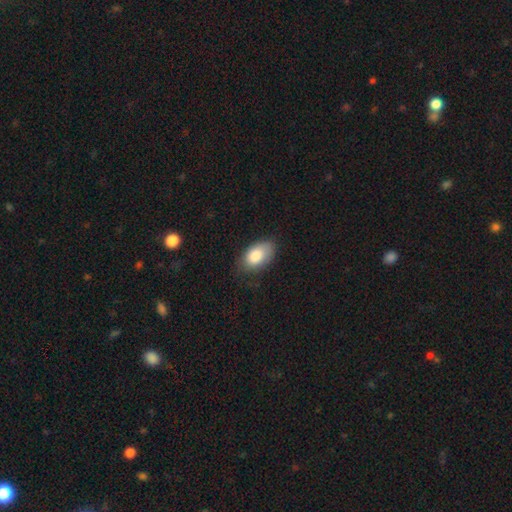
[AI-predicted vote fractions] smooth-or-featured: smooth: 83% | featured or disk: 10% | star or artifact: 7%
  how-rounded: in between: 93% | round: 6% | cigar-shaped: 2%
  merging: none: 69% | minor disturbance: 24% | major disturbance: 6% | merger: 1%